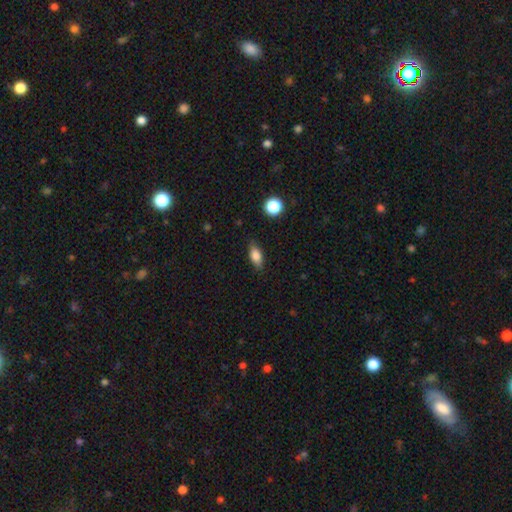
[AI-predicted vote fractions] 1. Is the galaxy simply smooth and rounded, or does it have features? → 80% smooth, 11% featured or disk, 9% star or artifact.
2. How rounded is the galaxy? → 83% in between, 10% cigar-shaped, 7% round.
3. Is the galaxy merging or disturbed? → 82% none, 13% minor disturbance, 3% major disturbance, 1% merger.